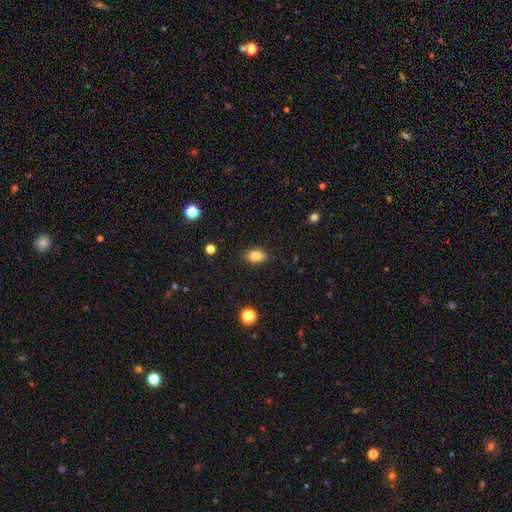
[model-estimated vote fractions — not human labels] Smooth or featured?
  - smooth: 82% *
  - star or artifact: 10%
  - featured or disk: 8%
How rounded?
  - in between: 83% *
  - round: 15%
  - cigar-shaped: 2%
Merging?
  - none: 88% *
  - minor disturbance: 9%
  - major disturbance: 2%
  - merger: 1%